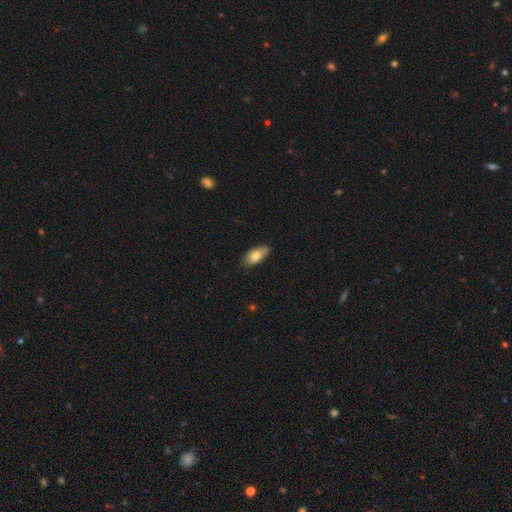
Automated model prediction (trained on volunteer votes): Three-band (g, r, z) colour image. It shows a smooth galaxy with no disk features (79%) that is in between round and cigar-shaped (90%). Merging: none (78%).